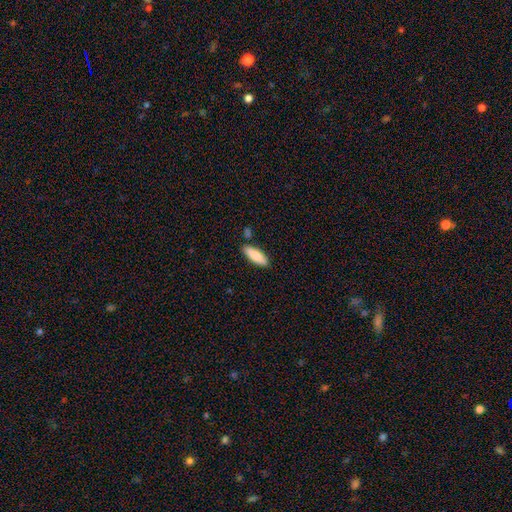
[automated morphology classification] Smooth or featured: smooth — 82% (featured or disk — 12%)
How rounded: in between — 63% (cigar-shaped — 35%)
Merging: none — 83% (minor disturbance — 10%)